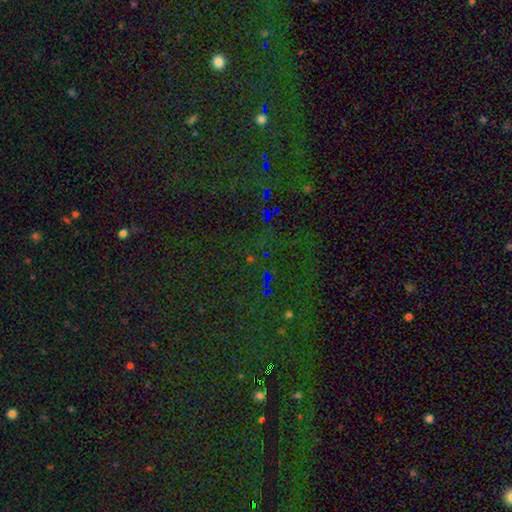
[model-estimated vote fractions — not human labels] Morphology: type=star or artifact (82%).